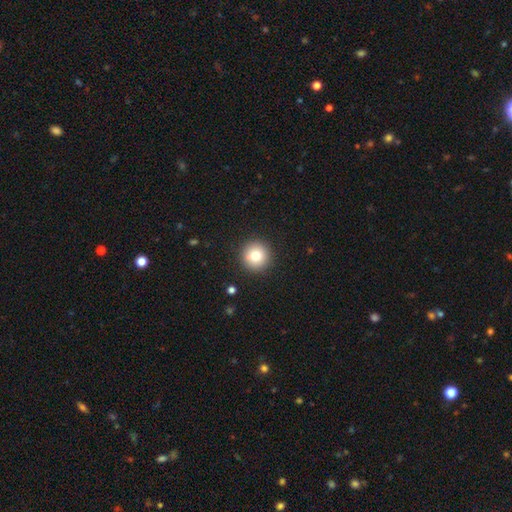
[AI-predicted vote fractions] Overall: smooth (78%). How rounded: round (96%). Merging: none (92%).